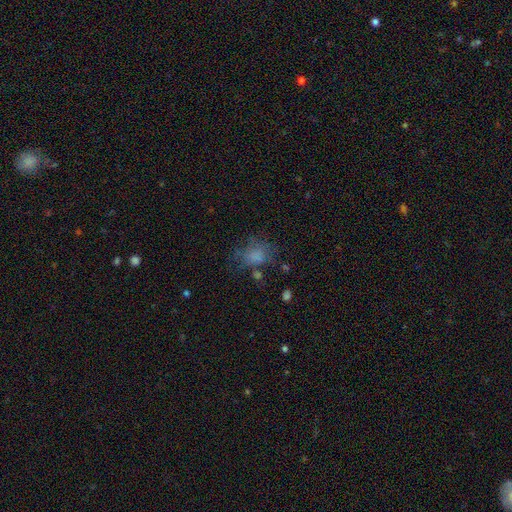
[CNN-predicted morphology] This is likely a smooth galaxy (69%). How rounded: possibly in between (53%). Merging: possibly none (52%).